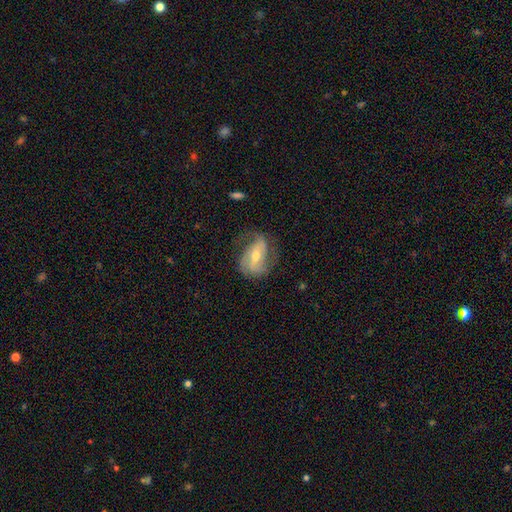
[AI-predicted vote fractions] Smooth or featured? featured or disk (69%)
Edge-on disk? no (94%)
Bar? strong (40%)
Spiral arms? yes (83%)
Spiral winding? medium (42%)
Spiral arm count? 2 (71%)
Bulge size? moderate (57%)
Merging? none (57%)